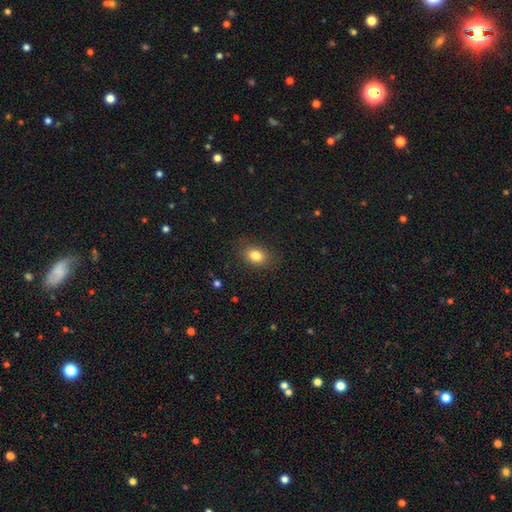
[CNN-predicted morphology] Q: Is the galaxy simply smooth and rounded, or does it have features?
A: smooth — 82%.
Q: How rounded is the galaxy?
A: in between — 69%.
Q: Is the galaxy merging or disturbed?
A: none — 85%.